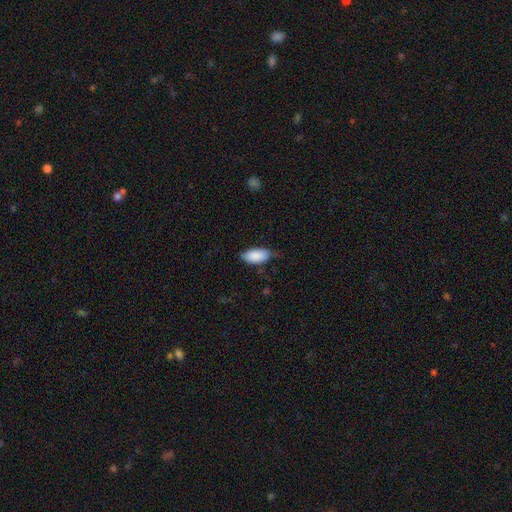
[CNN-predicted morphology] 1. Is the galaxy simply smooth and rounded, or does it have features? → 88% smooth, 6% star or artifact, 6% featured or disk.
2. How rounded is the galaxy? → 93% in between, 5% cigar-shaped, 2% round.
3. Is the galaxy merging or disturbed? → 67% none, 26% minor disturbance, 5% major disturbance, 1% merger.